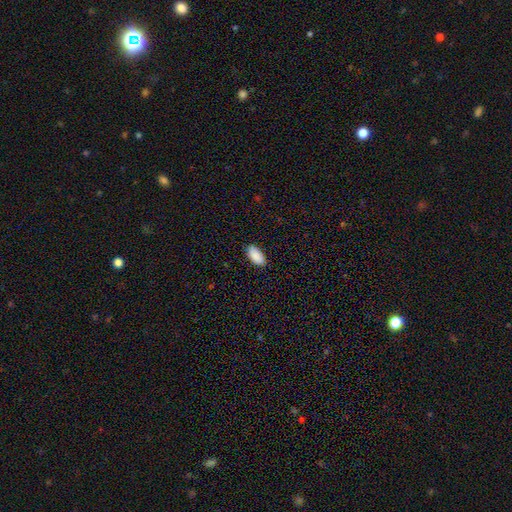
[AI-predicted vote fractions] Smooth or featured: smooth — 90% (star or artifact — 6%)
How rounded: in between — 94% (cigar-shaped — 4%)
Merging: none — 86% (minor disturbance — 10%)